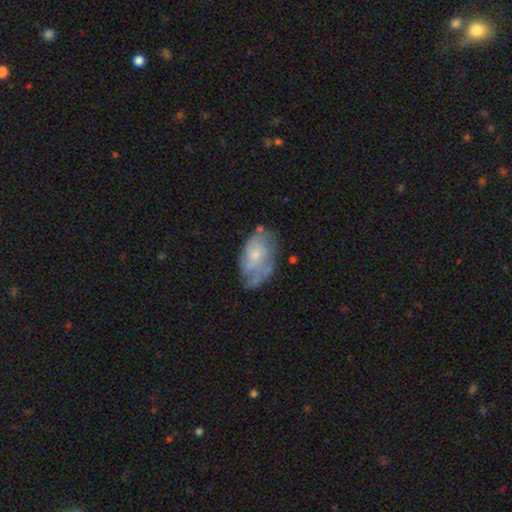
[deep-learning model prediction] Morphology: type=featured or disk (56%); edge-on=no (96%); bar=no (76%); spiral arms=yes (70%); bulge=small (60%); merging=none (52%).